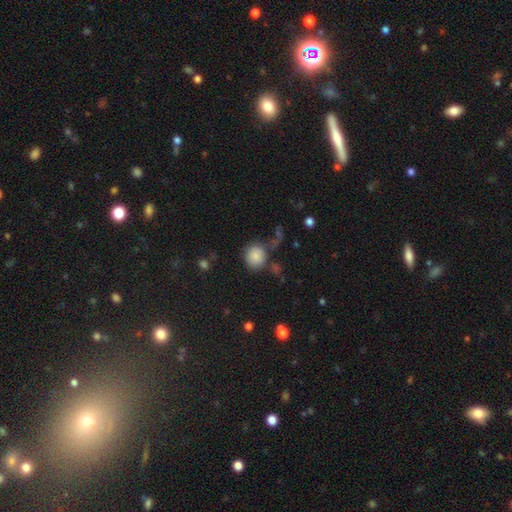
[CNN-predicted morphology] type=smooth (84%); roundness=round (80%); merging=none (62%).